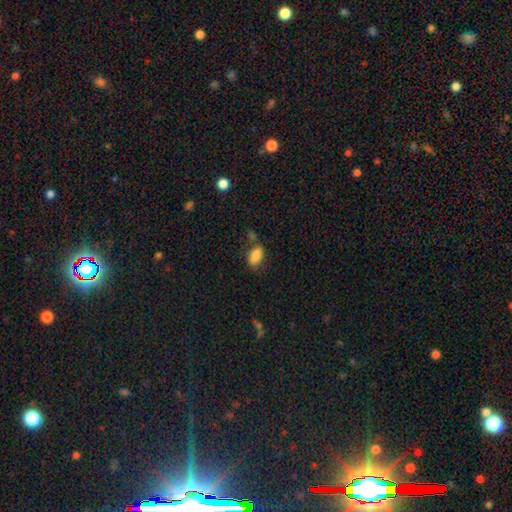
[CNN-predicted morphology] smooth-or-featured: smooth: 87% | star or artifact: 8% | featured or disk: 5%
  how-rounded: in between: 92% | round: 6% | cigar-shaped: 3%
  merging: none: 65% | minor disturbance: 19% | merger: 10% | major disturbance: 6%